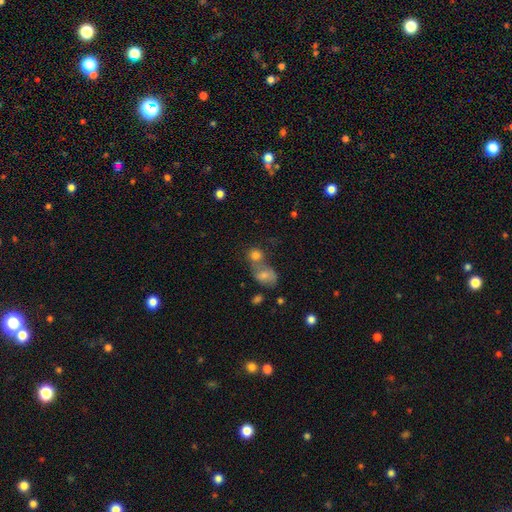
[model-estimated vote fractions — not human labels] smooth_or_featured: smooth (p=0.77) [alt: star or artifact p=0.12]
how_rounded: round (p=0.72) [alt: in between p=0.26]
merging: merger (p=0.49) [alt: none p=0.38]